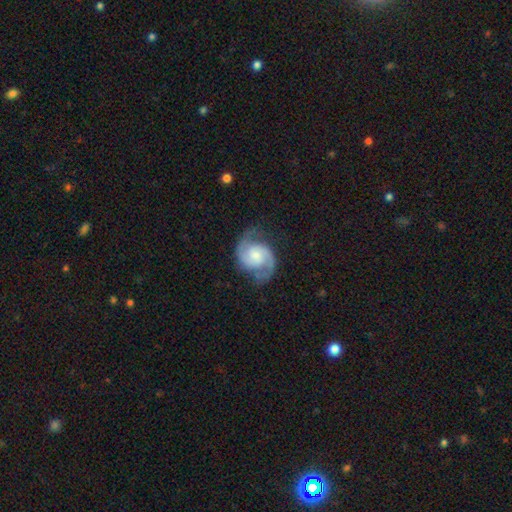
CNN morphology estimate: smooth-or-featured: featured or disk: 88% | smooth: 7% | star or artifact: 5%
  disk-edge-on: no: 98% | yes: 2%
    bar: no: 55% | weak: 38% | strong: 7%
    has-spiral-arms: yes: 98% | no: 2%
      spiral-winding: medium: 57% | tight: 25% | loose: 19%
      spiral-arm-count: 2: 93% | can't tell: 2% | 1: 1% | 3: 1% | 4: 1% | more than 4: 1%
    bulge-size: small: 40% | moderate: 36% | none: 14% | large: 8% | dominant: 2%
  merging: none: 73% | minor disturbance: 18% | major disturbance: 8% | merger: 1%